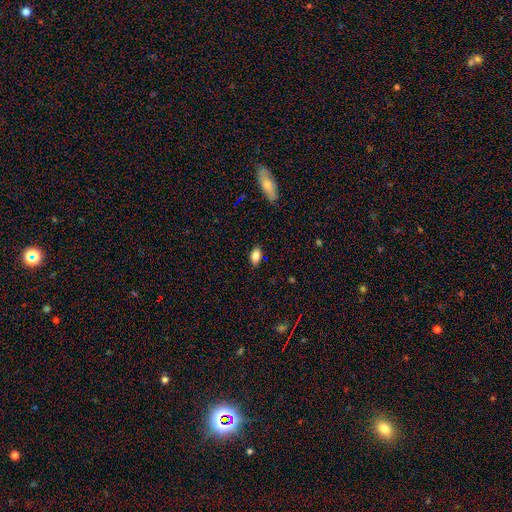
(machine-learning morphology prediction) smooth 84%, star or artifact 9%, featured or disk 7%. Down the decision tree: how rounded — in between (89%); merging — none (85%).